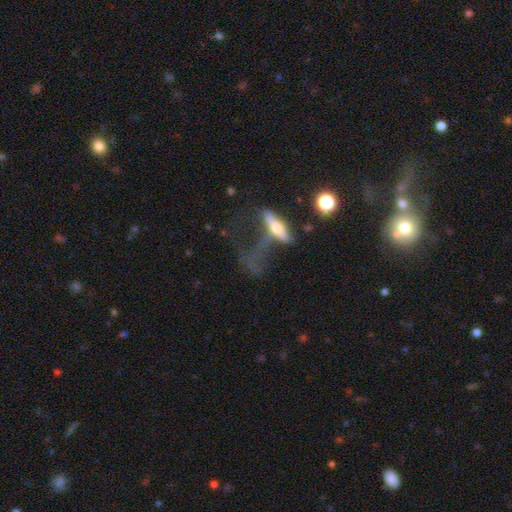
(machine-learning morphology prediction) This appears to be a featured or disk galaxy (53%) viewed edge-on (55%). Merging: major disturbance (54%).